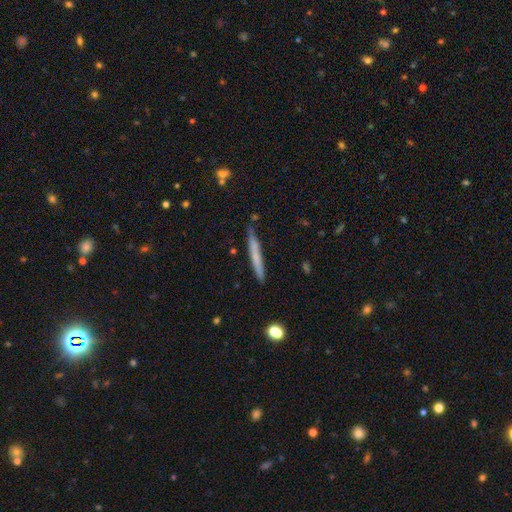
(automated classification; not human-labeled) A smooth galaxy with no disk features (61%) that is cigar-shaped (96%). Merging: none (85%).